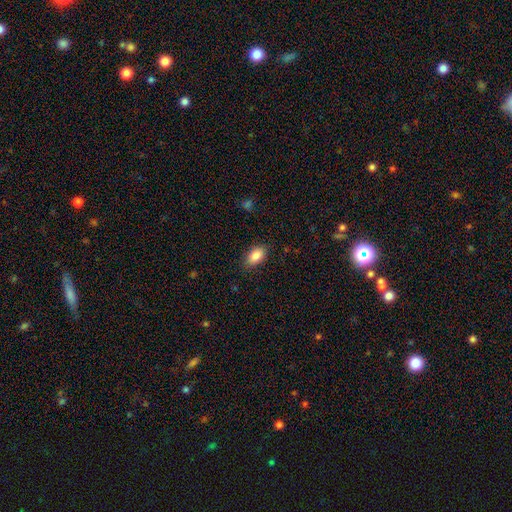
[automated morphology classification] smooth 85%, star or artifact 8%, featured or disk 7%. Down the decision tree: how rounded — in between (91%); merging — none (85%).